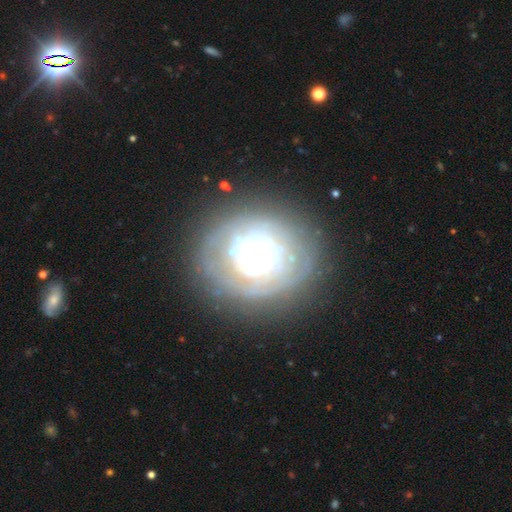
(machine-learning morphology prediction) smooth-or-featured: featured or disk: 61% | smooth: 27% | star or artifact: 11%
  disk-edge-on: no: 96% | yes: 4%
    bar: no: 83% | weak: 11% | strong: 6%
    has-spiral-arms: no: 52% | yes: 48%
    bulge-size: large: 46% | moderate: 22% | dominant: 18% | small: 10% | none: 5%
  merging: none: 67% | minor disturbance: 18% | major disturbance: 12% | merger: 3%